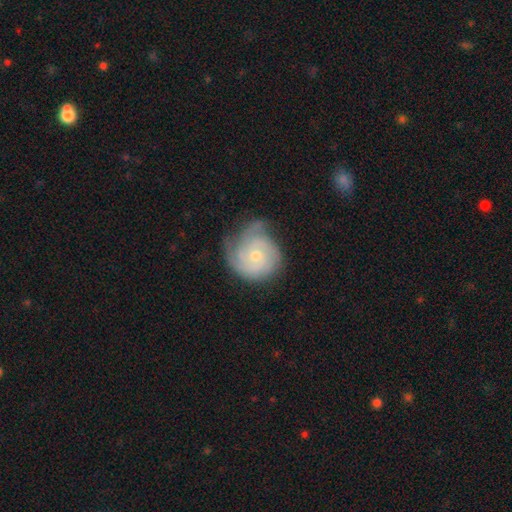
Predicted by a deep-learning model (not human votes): This is likely a featured or disk galaxy (76%). It is clearly not viewed edge-on (98%). Bar: likely no (76%). Spiral arm pattern: clearly yes (93%). Spiral arm count: marginally 3 (33%). Spiral winding: likely tight (65%). Central bulge: possibly small (51%). Merging: possibly none (55%).